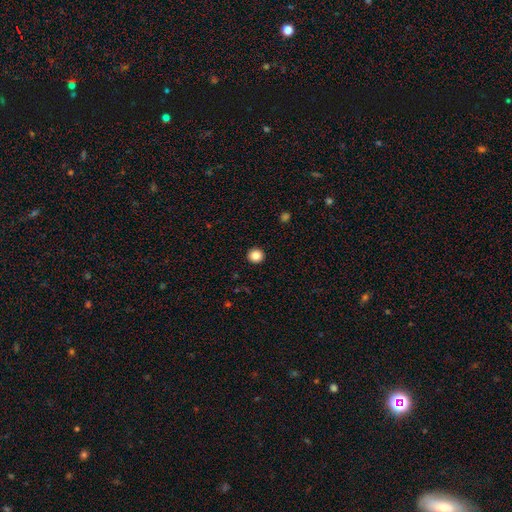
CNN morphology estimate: Overall: smooth (85%). How rounded: round (93%). Merging: none (93%).